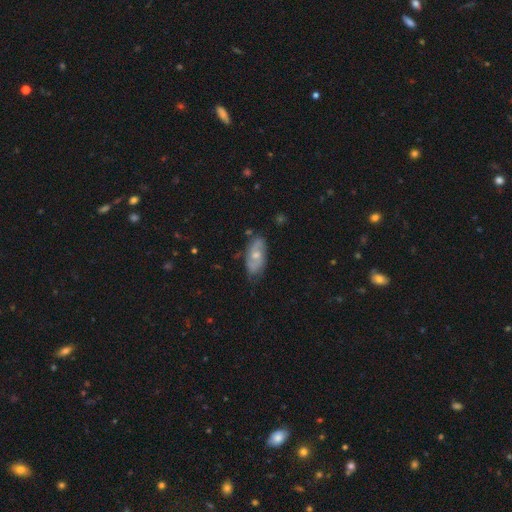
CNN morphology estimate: A featured or disk galaxy (63%) with no bar (63%), spiral arms (81%) and a moderate central bulge (60%). Merging: none (73%).